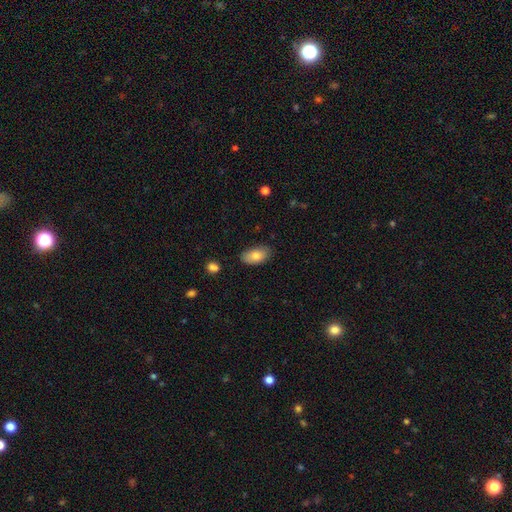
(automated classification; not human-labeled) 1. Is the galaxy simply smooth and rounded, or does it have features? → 81% smooth, 12% featured or disk, 7% star or artifact.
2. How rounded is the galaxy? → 93% in between, 4% round, 2% cigar-shaped.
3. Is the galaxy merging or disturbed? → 81% none, 15% minor disturbance, 3% major disturbance, 1% merger.